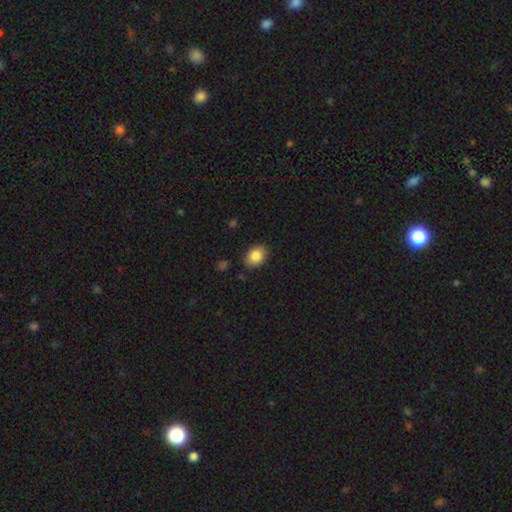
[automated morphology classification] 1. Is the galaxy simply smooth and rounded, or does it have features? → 86% smooth, 8% star or artifact, 6% featured or disk.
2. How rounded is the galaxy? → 70% in between, 29% round, 1% cigar-shaped.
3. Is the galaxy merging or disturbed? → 84% none, 12% minor disturbance, 3% major disturbance, 2% merger.